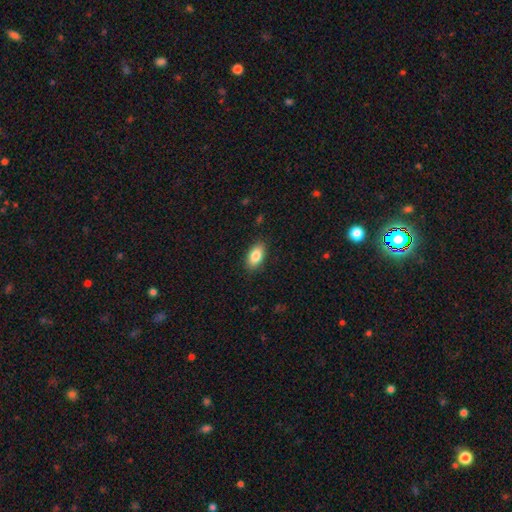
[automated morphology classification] Q: Smooth or featured?
A: smooth (85%); runner-up: featured or disk (8%)
Q: How rounded?
A: in between (92%); runner-up: round (4%)
Q: Merging?
A: none (87%); runner-up: minor disturbance (10%)